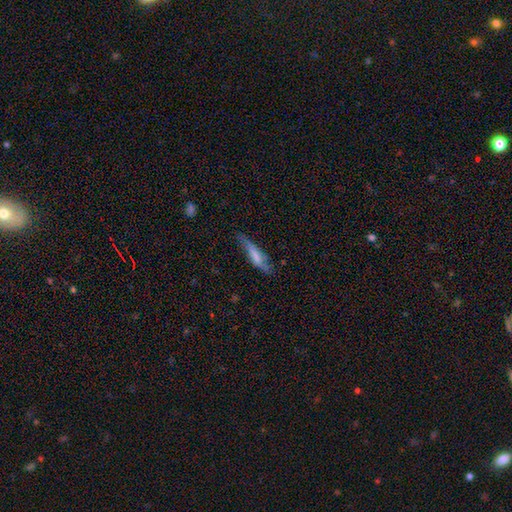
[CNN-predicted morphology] Smooth or featured? Predicted: smooth (p=0.60). How rounded? Predicted: cigar-shaped (p=0.76). Merging? Predicted: none (p=0.55).